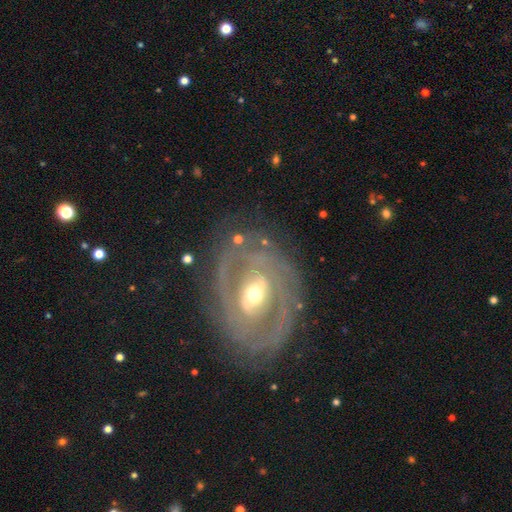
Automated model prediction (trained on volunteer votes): Morphology: type=featured or disk (84%); edge-on=no (95%); bar=weak (42%); spiral arms=yes (86%); winding=tight (61%); arm count=2 (55%); bulge=moderate (58%); merging=none (76%).